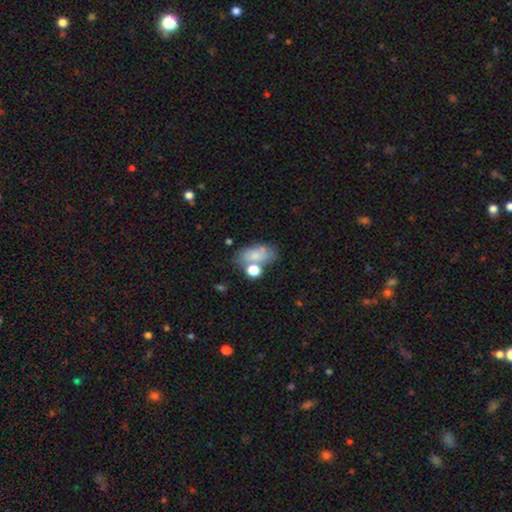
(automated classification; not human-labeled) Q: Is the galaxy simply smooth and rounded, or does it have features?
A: smooth — 72%.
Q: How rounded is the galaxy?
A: in between — 87%.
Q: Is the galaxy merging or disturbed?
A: none — 47%.